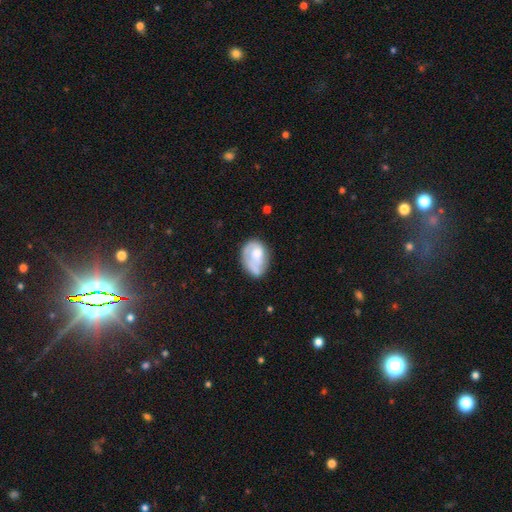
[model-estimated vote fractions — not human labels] Smooth or featured: smooth — 57% (featured or disk — 36%)
How rounded: in between — 77% (round — 22%)
Merging: none — 43% (minor disturbance — 31%)